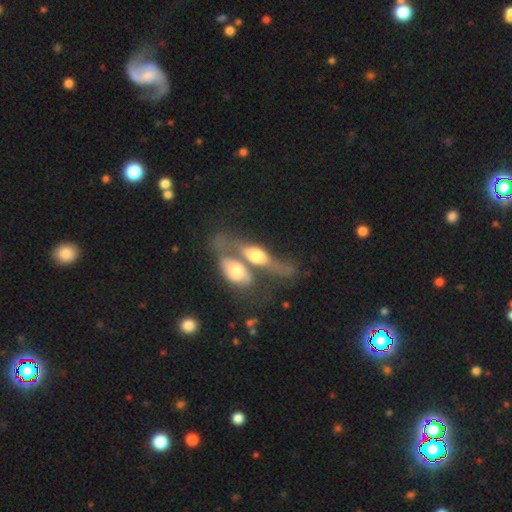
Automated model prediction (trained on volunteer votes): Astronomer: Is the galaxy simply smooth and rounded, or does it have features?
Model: smooth — 47% (runner-up: featured or disk, 46%).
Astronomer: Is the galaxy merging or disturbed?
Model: merger — 67%.